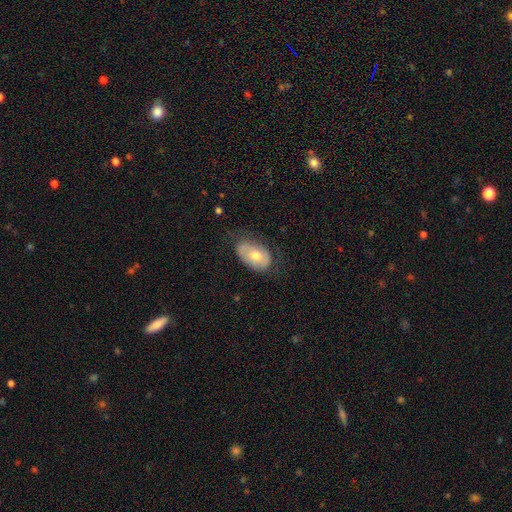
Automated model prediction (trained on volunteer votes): Overall: smooth (58%; featured or disk 35%). How rounded: in between (90%). Merging: none (62%; minor disturbance 27%).